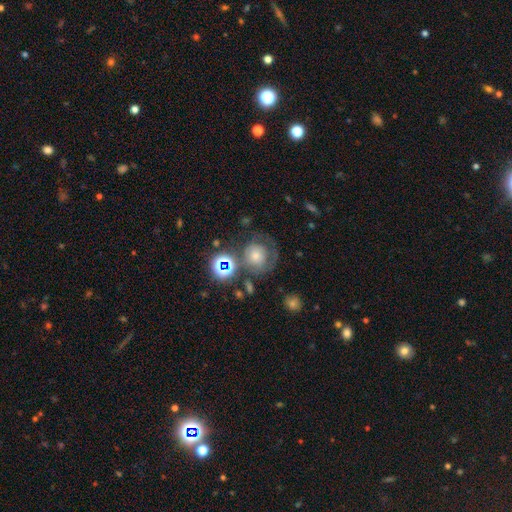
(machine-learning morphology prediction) Smooth or featured? featured or disk (46%)
Merging? none (54%)